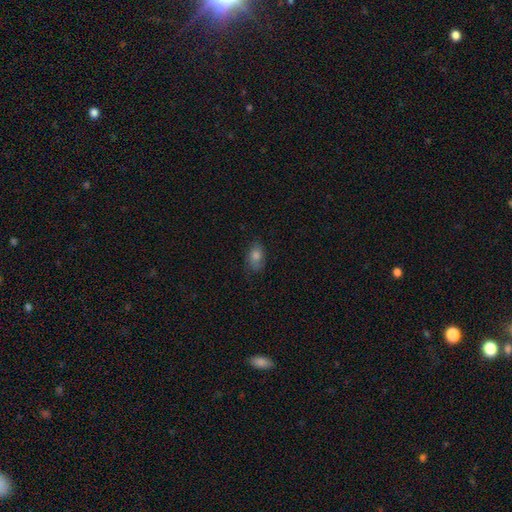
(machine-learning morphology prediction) A smooth galaxy with no disk features (72%) that is in between round and cigar-shaped (79%). Merging: none (75%).